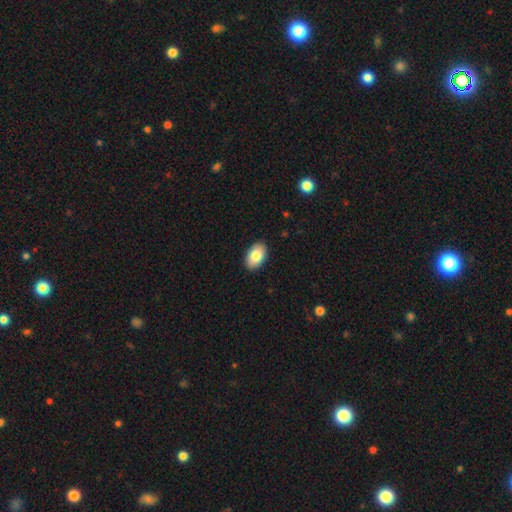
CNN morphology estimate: Smooth or featured: smooth — 83% (featured or disk — 10%)
How rounded: in between — 92% (round — 7%)
Merging: none — 90% (minor disturbance — 8%)